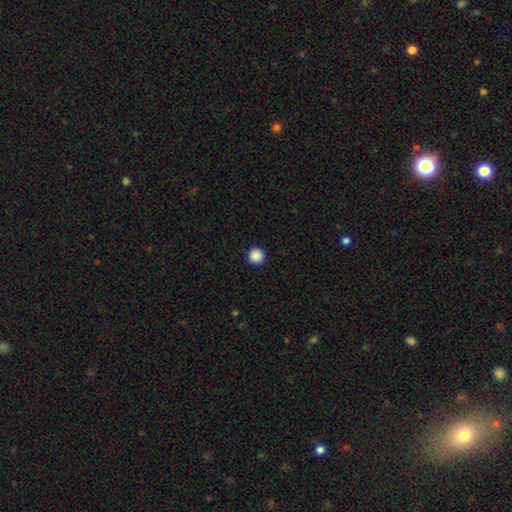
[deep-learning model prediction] The model was most divided on "smooth or featured": smooth: 88%, star or artifact: 9%, featured or disk: 2%. More confident: how rounded — round (96%); merging — none (93%).